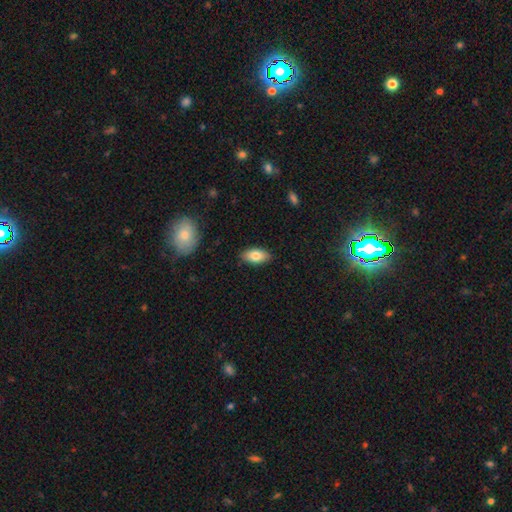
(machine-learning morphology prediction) Smooth or featured: smooth — 81% (featured or disk — 12%)
How rounded: in between — 92% (cigar-shaped — 5%)
Merging: none — 87% (minor disturbance — 10%)